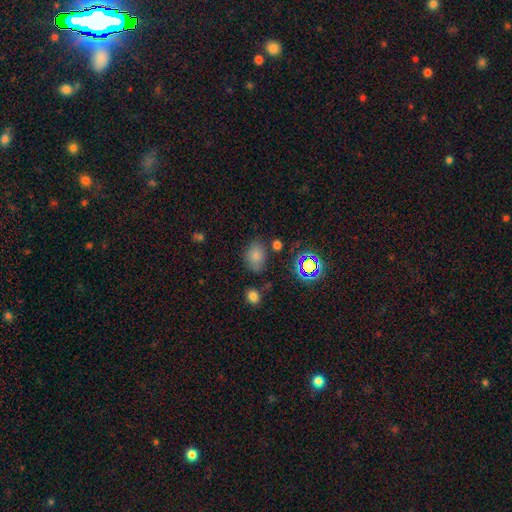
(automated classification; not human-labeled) Smooth or featured: smooth — 74% (star or artifact — 17%)
How rounded: in between — 71% (round — 28%)
Merging: none — 73% (minor disturbance — 16%)